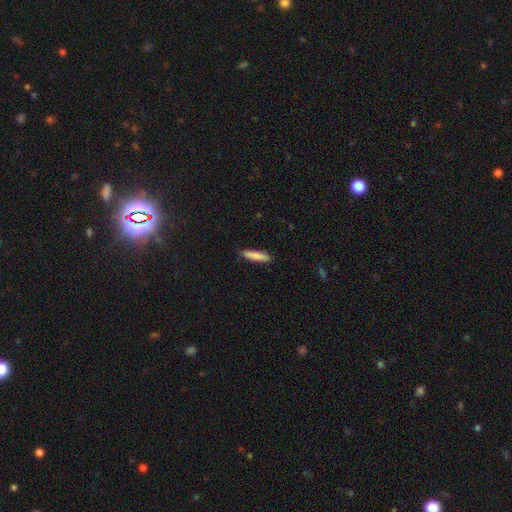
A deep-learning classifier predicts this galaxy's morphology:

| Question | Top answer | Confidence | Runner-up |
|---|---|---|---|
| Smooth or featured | smooth | 85% | featured or disk (9%) |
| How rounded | cigar-shaped | 84% | in between (15%) |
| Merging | none | 87% | minor disturbance (10%) |